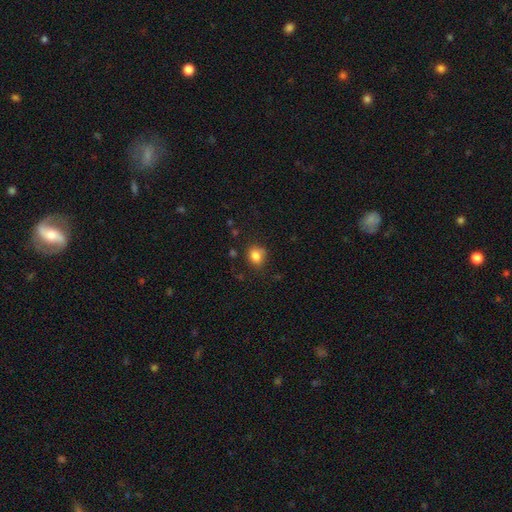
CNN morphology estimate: A smooth galaxy with no disk features (83%) that is round (69%).

Vote fractions:
- Smooth or featured? smooth: 83% / star or artifact: 11% / featured or disk: 6%
- How rounded? round: 69% / in between: 30% / cigar-shaped: 1%
- Merging? none: 76% / minor disturbance: 17% / major disturbance: 4% / merger: 3%